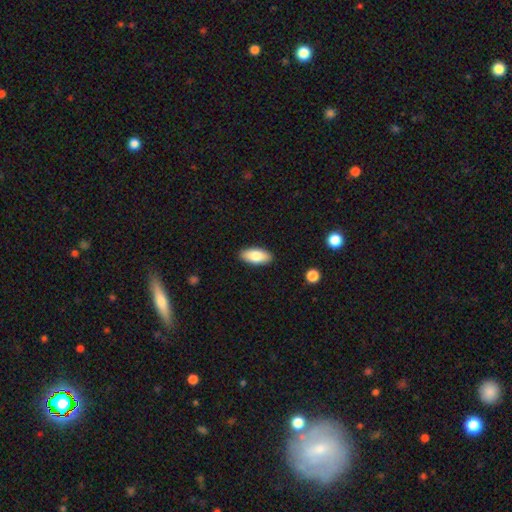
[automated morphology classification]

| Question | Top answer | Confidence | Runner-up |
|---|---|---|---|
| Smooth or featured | smooth | 82% | featured or disk (12%) |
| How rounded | in between | 88% | cigar-shaped (9%) |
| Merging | none | 89% | minor disturbance (8%) |